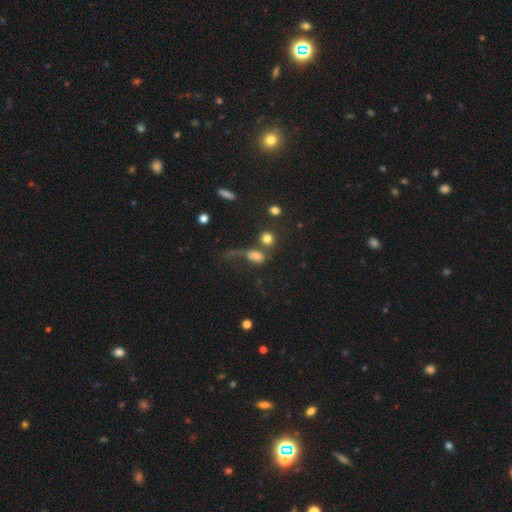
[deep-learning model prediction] Q: Smooth or featured?
A: smooth (61%); runner-up: featured or disk (21%)
Q: How rounded?
A: in between (61%); runner-up: round (31%)
Q: Merging?
A: major disturbance (35%); runner-up: merger (27%)